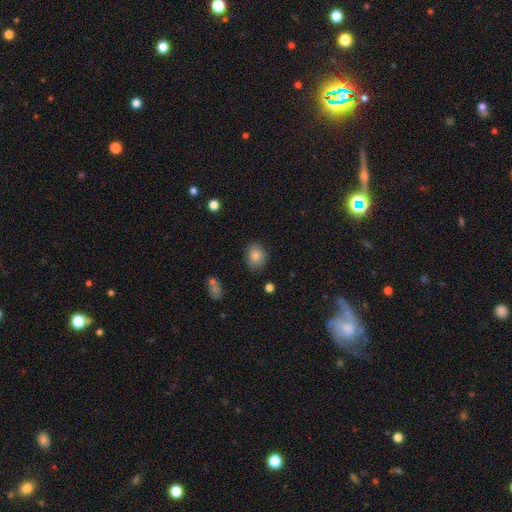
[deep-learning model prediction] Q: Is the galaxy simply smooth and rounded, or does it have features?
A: smooth — 84%.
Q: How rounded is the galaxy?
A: round — 52%.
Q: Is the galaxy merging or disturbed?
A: none — 82%.